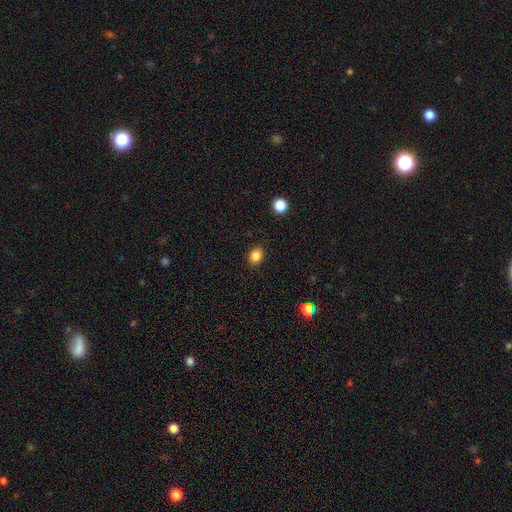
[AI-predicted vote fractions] This appears to be a smooth galaxy with no disk features (86%) that is round (54%). Merging: none (89%).